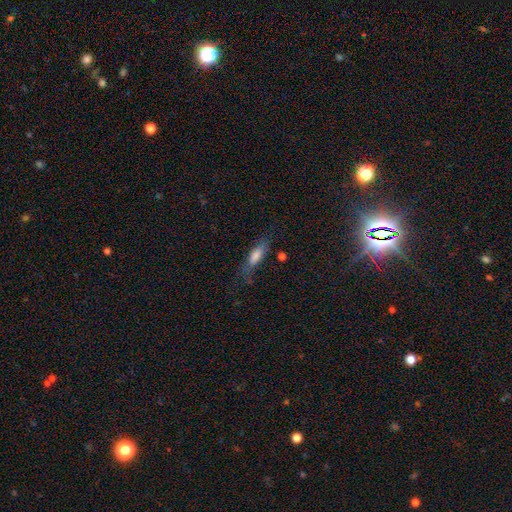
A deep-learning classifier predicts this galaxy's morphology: Overall: smooth (71%). How rounded: cigar-shaped (52%; in between 46%). Merging: none (61%; minor disturbance 24%).